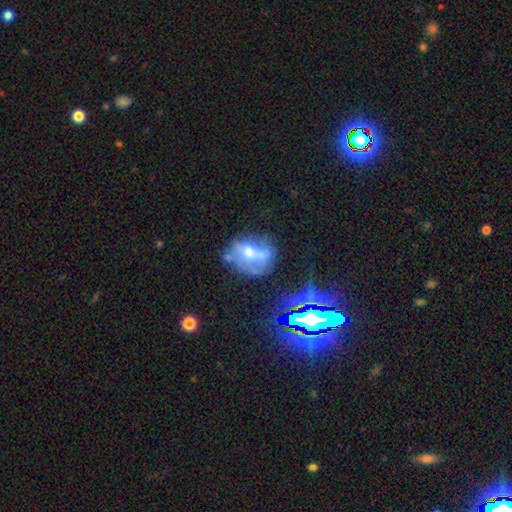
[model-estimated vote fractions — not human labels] smooth_or_featured: featured or disk (p=0.44) [alt: star or artifact p=0.28]
merging: none (p=0.45) [alt: minor disturbance p=0.23]